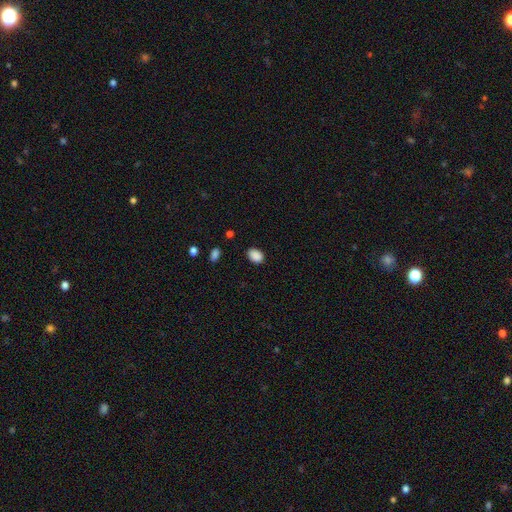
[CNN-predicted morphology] Overall: smooth (88%). How rounded: in between (78%). Merging: none (85%).